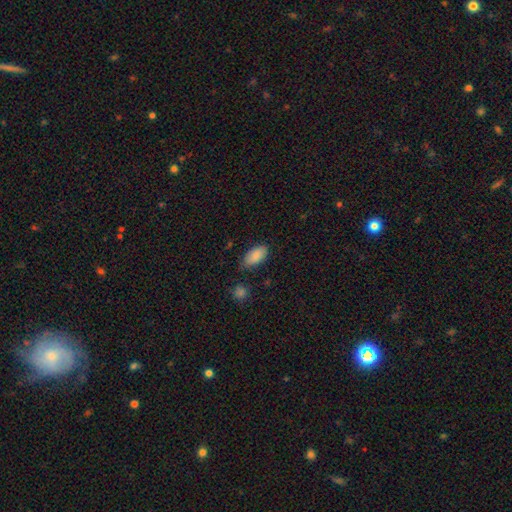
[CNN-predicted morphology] type=smooth (88%); roundness=in between (93%); merging=none (76%).